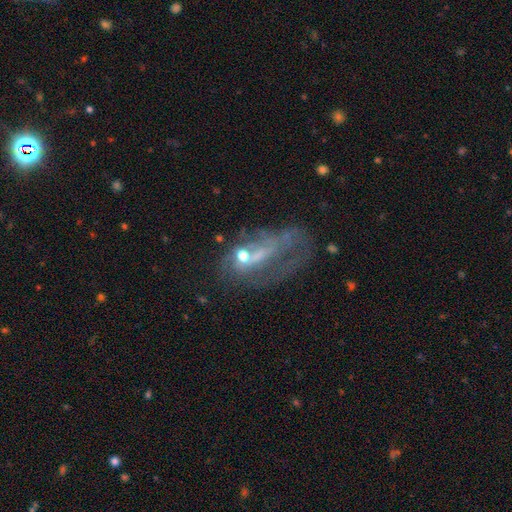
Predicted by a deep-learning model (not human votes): smooth-or-featured: featured or disk: 59% | smooth: 25% | star or artifact: 16%
  disk-edge-on: no: 92% | yes: 8%
    bar: no: 67% | weak: 24% | strong: 8%
    has-spiral-arms: no: 61% | yes: 39%
    bulge-size: small: 40% | moderate: 32% | none: 22% | large: 4% | dominant: 2%
  merging: major disturbance: 43% | none: 28% | minor disturbance: 16% | merger: 13%